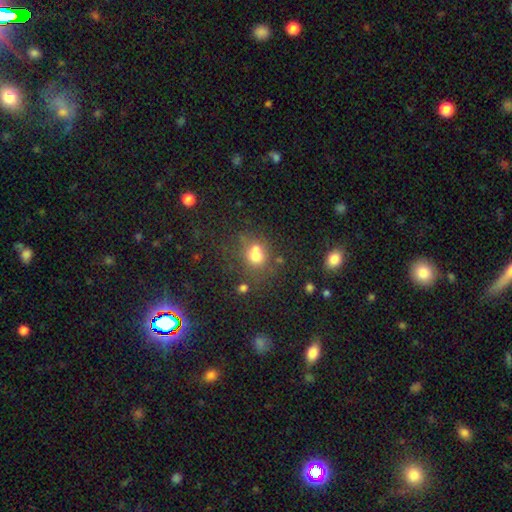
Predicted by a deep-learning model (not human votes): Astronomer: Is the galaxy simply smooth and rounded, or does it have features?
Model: smooth — 66%.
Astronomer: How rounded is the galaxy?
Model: round — 74%.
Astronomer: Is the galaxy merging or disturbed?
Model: none — 44% (runner-up: merger, 35%).